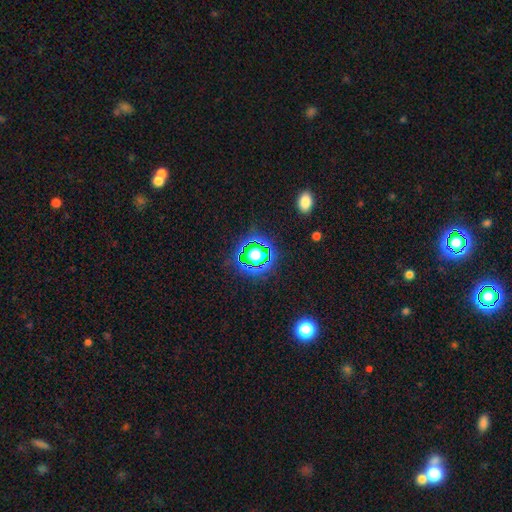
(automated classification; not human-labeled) star or artifact 51%, smooth 37%, featured or disk 12%.